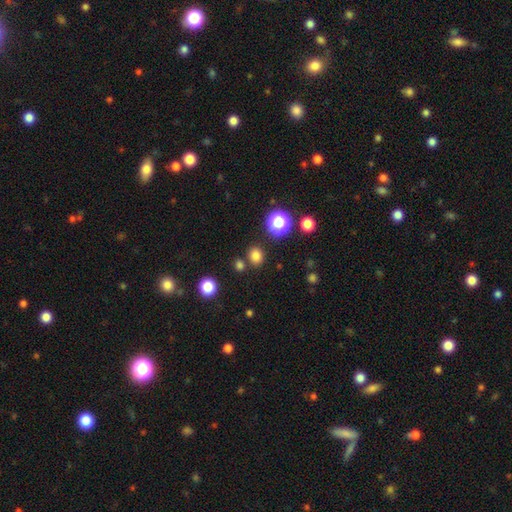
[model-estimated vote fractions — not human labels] Smooth or featured? smooth (78%)
How rounded? round (73%)
Merging? none (81%)